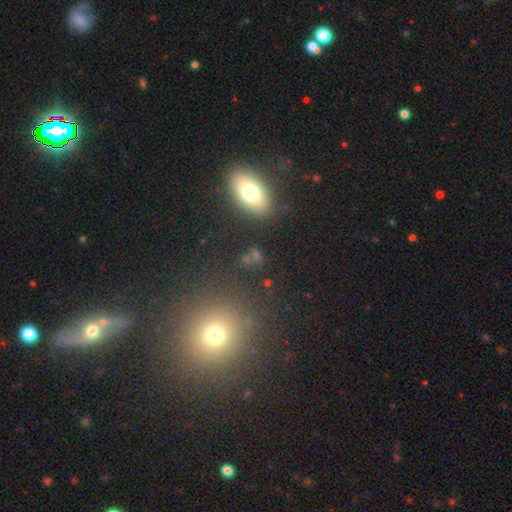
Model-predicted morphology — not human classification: smooth_or_featured: smooth (p=0.64) [alt: star or artifact p=0.22]
how_rounded: in between (p=0.61) [alt: round p=0.33]
merging: none (p=0.79) [alt: minor disturbance p=0.10]